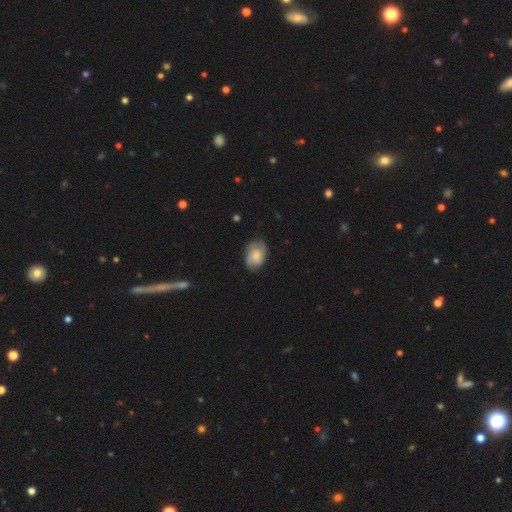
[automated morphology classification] type=smooth (58%); roundness=in between (76%); merging=none (70%).